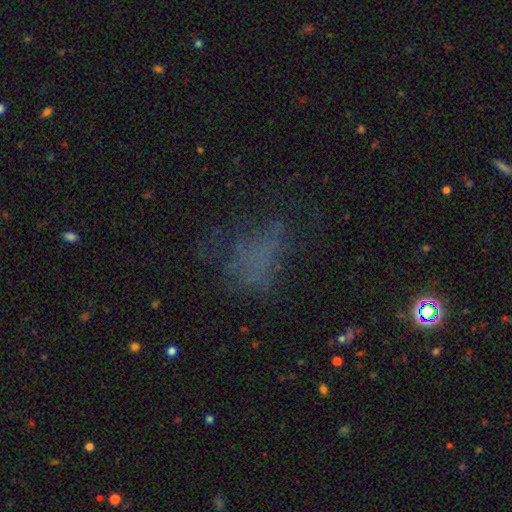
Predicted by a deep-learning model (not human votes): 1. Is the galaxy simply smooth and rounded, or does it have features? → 42% smooth, 36% star or artifact, 22% featured or disk.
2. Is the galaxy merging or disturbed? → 49% none, 29% major disturbance, 19% minor disturbance, 3% merger.